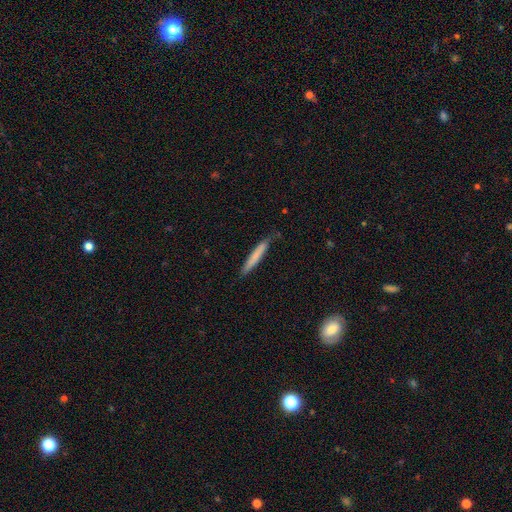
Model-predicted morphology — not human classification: Smooth or featured?
  - smooth: 72% *
  - featured or disk: 23%
  - star or artifact: 6%
How rounded?
  - cigar-shaped: 95% *
  - in between: 3%
  - round: 1%
Merging?
  - none: 77% *
  - minor disturbance: 18%
  - major disturbance: 3%
  - merger: 2%